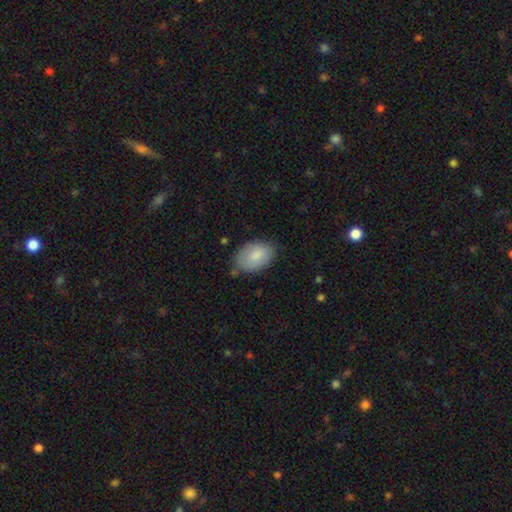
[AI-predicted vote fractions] Smooth or featured? smooth (82%)
How rounded? in between (90%)
Merging? none (70%)